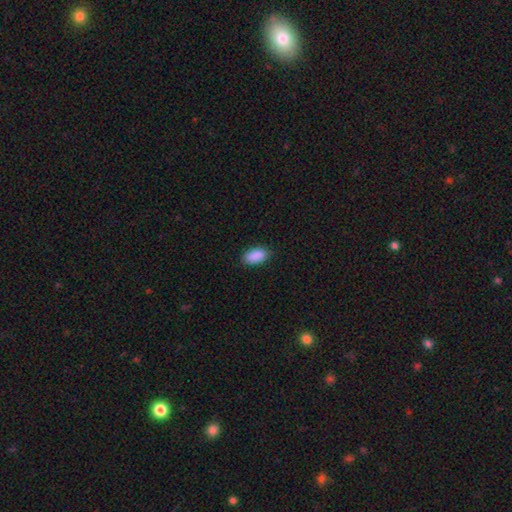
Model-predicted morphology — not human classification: Q: Smooth or featured?
A: smooth (91%); runner-up: star or artifact (7%)
Q: How rounded?
A: in between (94%); runner-up: round (3%)
Q: Merging?
A: none (87%); runner-up: minor disturbance (10%)